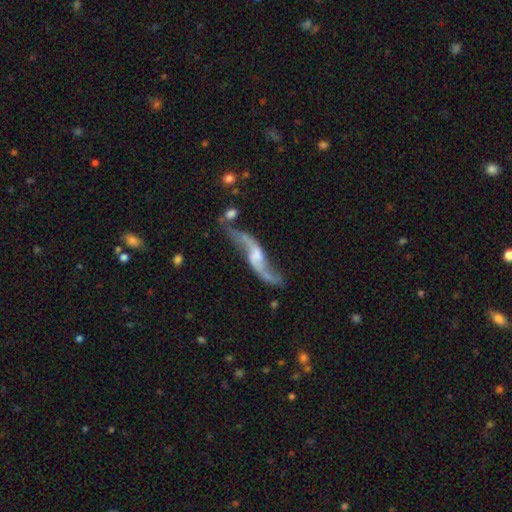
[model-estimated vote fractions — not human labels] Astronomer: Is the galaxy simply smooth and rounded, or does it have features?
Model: featured or disk — 87%.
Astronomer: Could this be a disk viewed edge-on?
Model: no — 82%.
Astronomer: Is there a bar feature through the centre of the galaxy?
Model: no — 43% (runner-up: weak, 42%).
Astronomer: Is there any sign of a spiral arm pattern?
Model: yes — 95%.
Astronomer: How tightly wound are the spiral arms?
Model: loose — 89%.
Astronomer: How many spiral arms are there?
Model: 2 — 93%.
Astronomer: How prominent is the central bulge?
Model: moderate — 36% (runner-up: small, 34%).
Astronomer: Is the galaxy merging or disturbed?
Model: none — 63%.